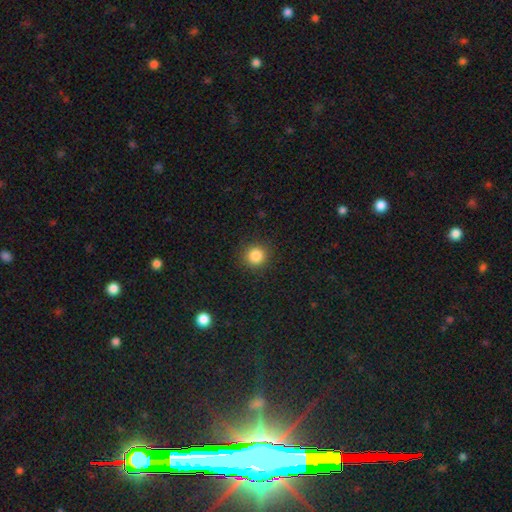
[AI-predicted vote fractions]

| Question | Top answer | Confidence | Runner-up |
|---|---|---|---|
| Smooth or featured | smooth | 85% | star or artifact (11%) |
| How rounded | round | 93% | in between (6%) |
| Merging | none | 90% | minor disturbance (7%) |